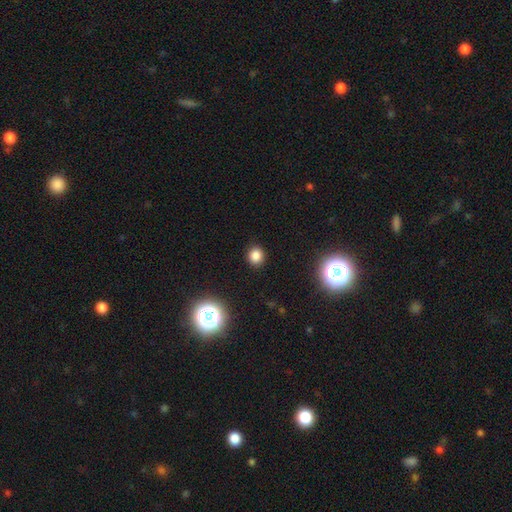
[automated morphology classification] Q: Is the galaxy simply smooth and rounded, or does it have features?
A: smooth — 79%.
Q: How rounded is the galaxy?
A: round — 81%.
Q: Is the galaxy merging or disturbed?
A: none — 89%.